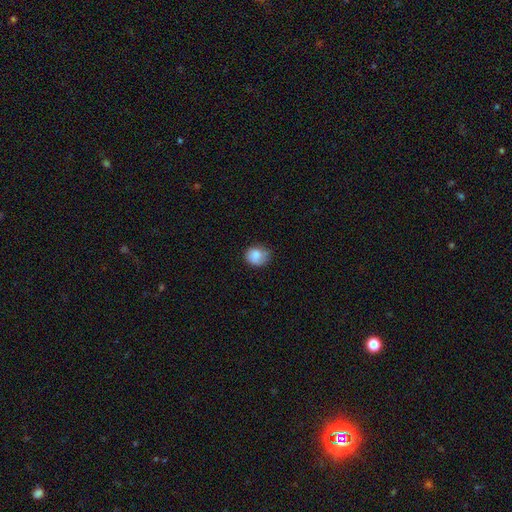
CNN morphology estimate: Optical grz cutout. It shows a smooth galaxy with no disk features (82%) that is round (66%). Merging: none (55%).